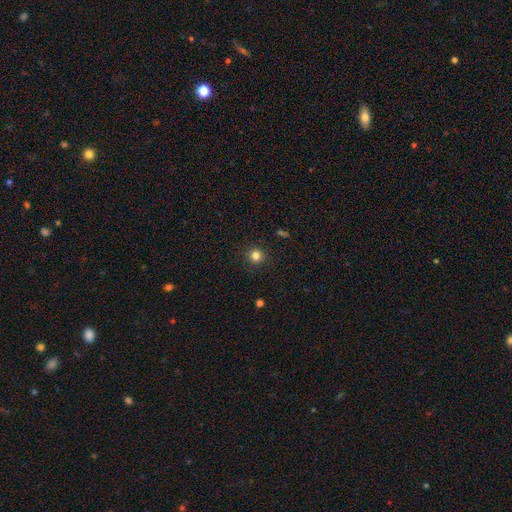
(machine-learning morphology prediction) Smooth or featured? Predicted: smooth (p=0.81). How rounded? Predicted: round (p=0.94). Merging? Predicted: none (p=0.91).